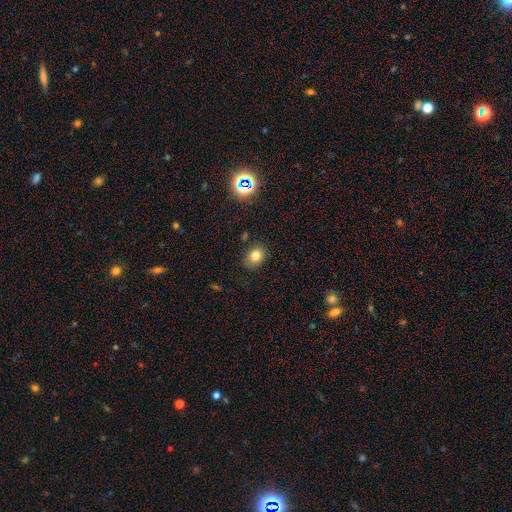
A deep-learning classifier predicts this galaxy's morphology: Smooth or featured? smooth (78%)
How rounded? in between (56%)
Merging? none (82%)